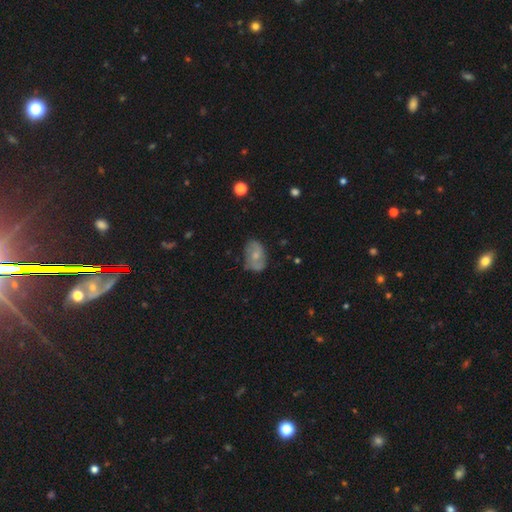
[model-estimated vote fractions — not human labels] Morphology: type=featured or disk (48%); merging=none (68%).